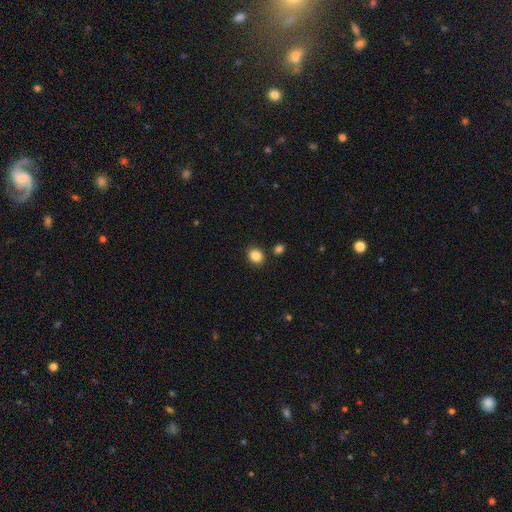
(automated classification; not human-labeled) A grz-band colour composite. It shows a smooth galaxy with no disk features (86%) that is round (68%). Merging: none (86%).